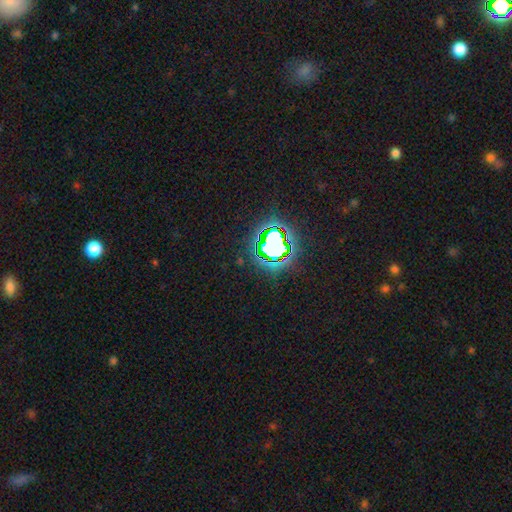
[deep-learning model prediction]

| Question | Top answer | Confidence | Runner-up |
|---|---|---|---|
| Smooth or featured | star or artifact | 82% | smooth (11%) |